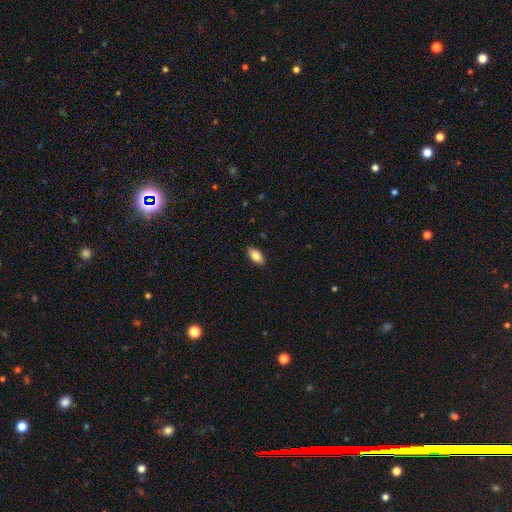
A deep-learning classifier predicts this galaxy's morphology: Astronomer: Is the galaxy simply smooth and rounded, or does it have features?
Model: smooth — 84%.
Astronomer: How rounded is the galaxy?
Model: in between — 90%.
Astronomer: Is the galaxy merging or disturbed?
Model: none — 87%.